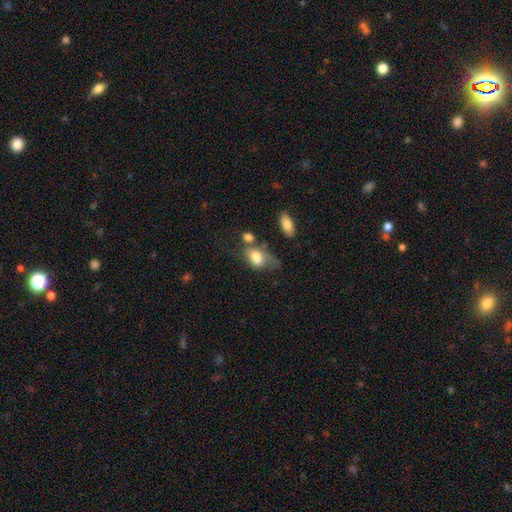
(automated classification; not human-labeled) Q: Smooth or featured?
A: smooth (75%); runner-up: featured or disk (17%)
Q: How rounded?
A: in between (86%); runner-up: round (11%)
Q: Merging?
A: major disturbance (27%); tied with: none (27%)